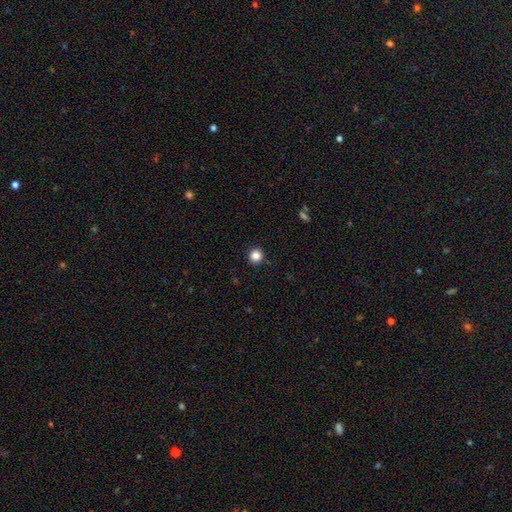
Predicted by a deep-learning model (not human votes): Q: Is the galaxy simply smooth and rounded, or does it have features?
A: smooth — 85%.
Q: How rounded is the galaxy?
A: round — 93%.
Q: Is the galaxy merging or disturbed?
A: none — 92%.